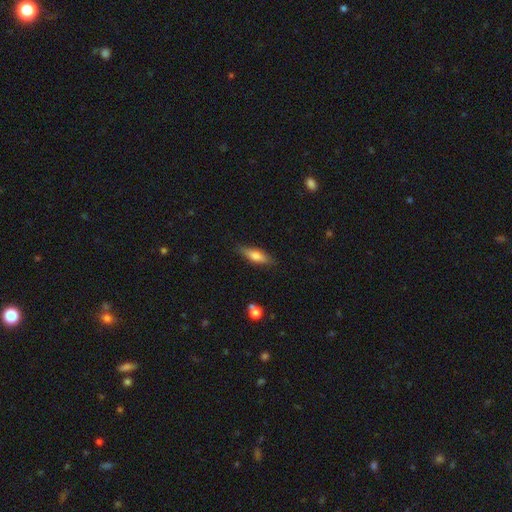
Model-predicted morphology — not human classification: smooth-or-featured: smooth: 63% | featured or disk: 30% | star or artifact: 7%
  how-rounded: cigar-shaped: 57% | in between: 40% | round: 2%
  merging: none: 83% | minor disturbance: 13% | major disturbance: 2% | merger: 2%